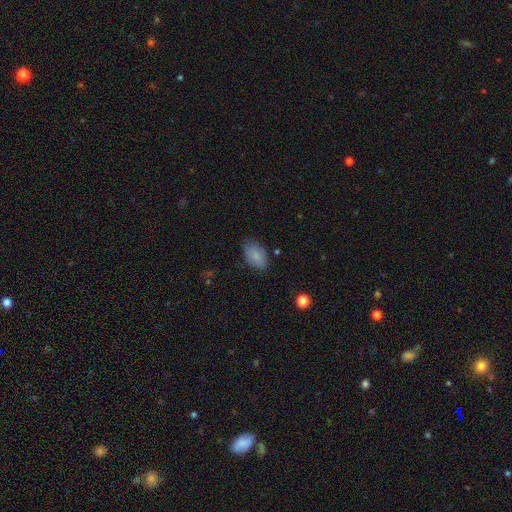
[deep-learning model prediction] Overall: smooth (83%). How rounded: in between (92%). Merging: none (77%).